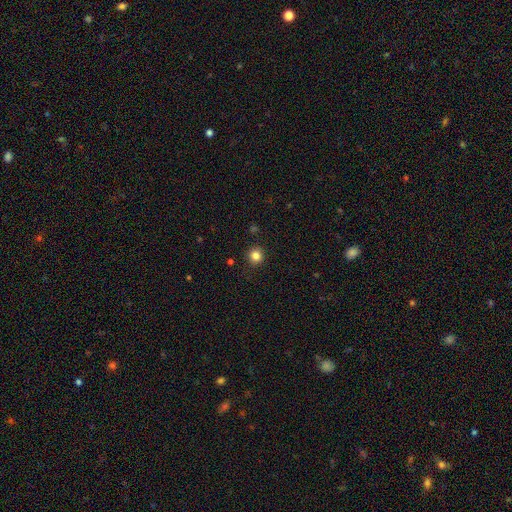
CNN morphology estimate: type=smooth (83%); roundness=round (93%); merging=none (90%).